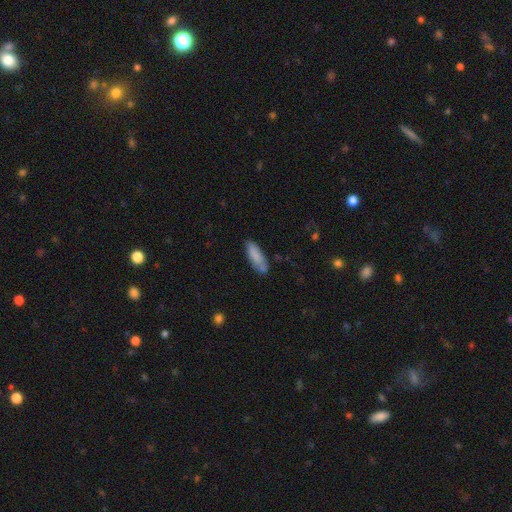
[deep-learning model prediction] Q: Smooth or featured?
A: smooth (83%); runner-up: featured or disk (11%)
Q: How rounded?
A: in between (49%); tied with: cigar-shaped (49%)
Q: Merging?
A: none (71%); runner-up: minor disturbance (20%)